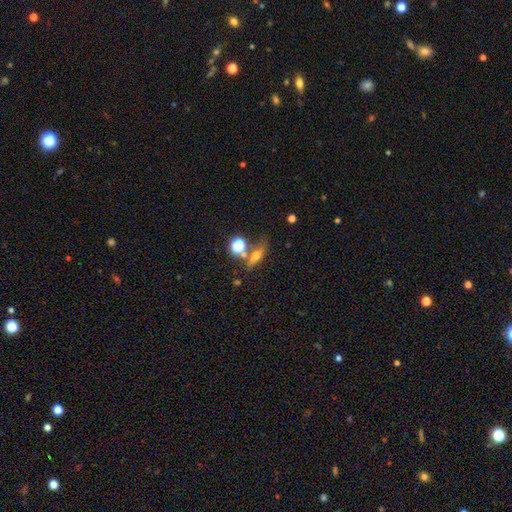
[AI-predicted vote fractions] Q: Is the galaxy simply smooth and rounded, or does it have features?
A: smooth — 54%.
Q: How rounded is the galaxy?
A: in between — 53%.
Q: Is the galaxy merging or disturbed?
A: none — 56%.